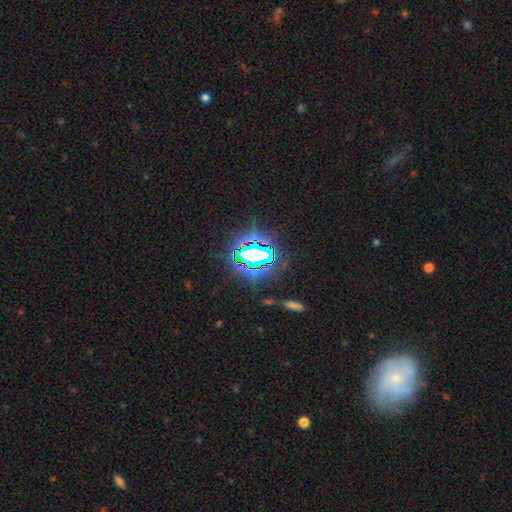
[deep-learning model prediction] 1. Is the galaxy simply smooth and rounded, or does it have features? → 74% star or artifact, 14% smooth, 12% featured or disk.